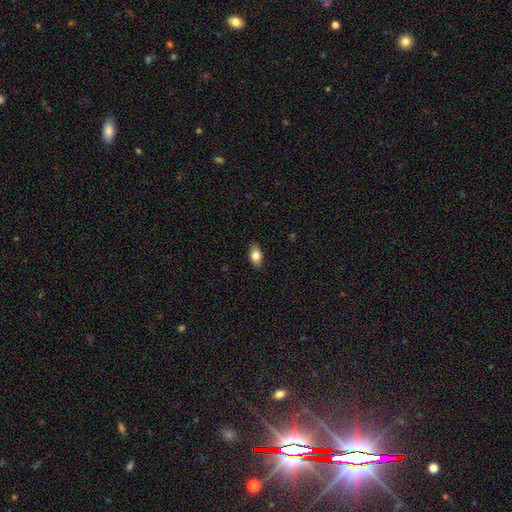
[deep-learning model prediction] Smooth or featured? Predicted: smooth (p=0.82). How rounded? Predicted: in between (p=0.88). Merging? Predicted: none (p=0.86).